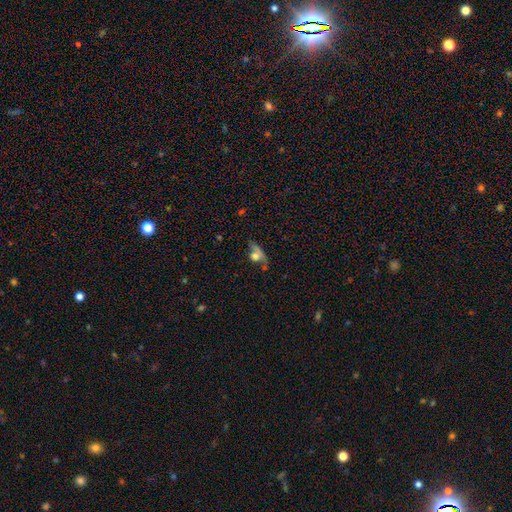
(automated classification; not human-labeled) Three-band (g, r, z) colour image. It shows a smooth galaxy with no disk features (55%) that is in between round and cigar-shaped (48%). Merging: none (40%).